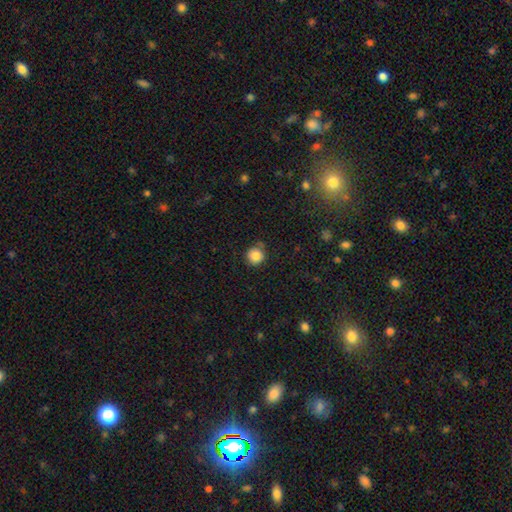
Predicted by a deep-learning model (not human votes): The model was most divided on "merging": none: 76%, minor disturbance: 17%, major disturbance: 4%, merger: 3%. More confident: how rounded — round (92%); smooth or featured — smooth (85%).